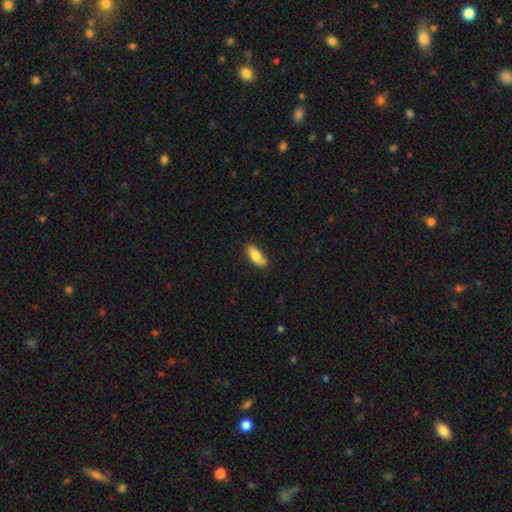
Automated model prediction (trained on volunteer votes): smooth-or-featured: smooth: 79% | featured or disk: 15% | star or artifact: 7%
  how-rounded: in between: 82% | cigar-shaped: 16% | round: 3%
  merging: none: 73% | minor disturbance: 21% | major disturbance: 4% | merger: 3%